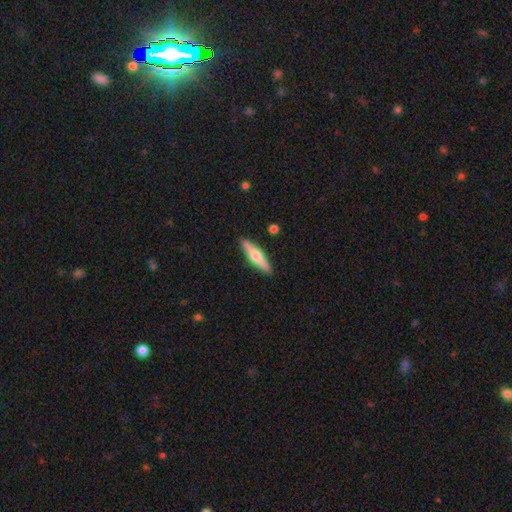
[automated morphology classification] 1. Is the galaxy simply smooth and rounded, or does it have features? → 53% featured or disk, 41% smooth, 5% star or artifact.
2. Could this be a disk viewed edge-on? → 95% yes, 5% no.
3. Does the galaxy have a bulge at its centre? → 90% rounded, 6% boxy, 4% none.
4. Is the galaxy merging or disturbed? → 90% none, 7% minor disturbance, 2% major disturbance, 1% merger.